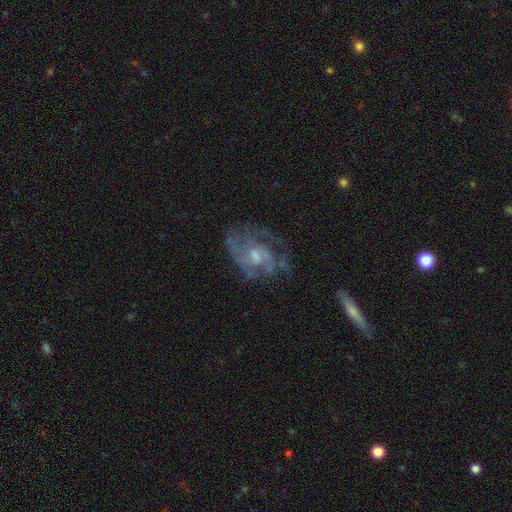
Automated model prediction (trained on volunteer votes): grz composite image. It shows a featured or disk galaxy (79%) with no bar (64%), medium (43%) spiral arms (85%) and a small central bulge (45%). Merging: none (56%).